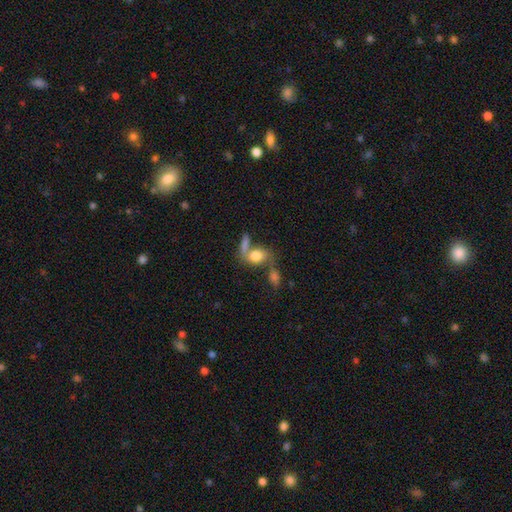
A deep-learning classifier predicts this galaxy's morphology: Smooth or featured? Predicted: smooth (p=0.70). How rounded? Predicted: in between (p=0.66). Merging? Predicted: merger (p=0.43).